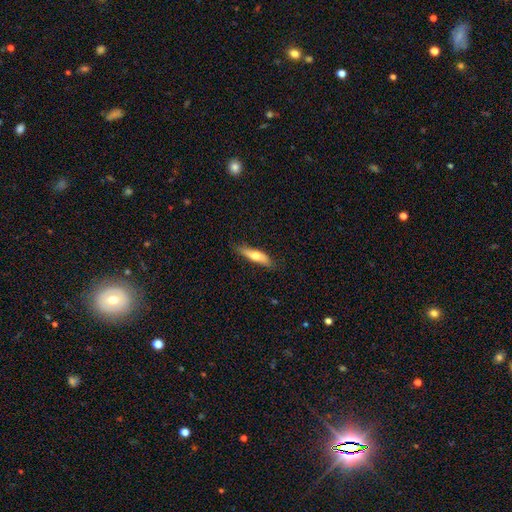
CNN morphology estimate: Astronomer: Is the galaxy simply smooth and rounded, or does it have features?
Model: smooth — 63%.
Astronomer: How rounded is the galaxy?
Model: cigar-shaped — 68%.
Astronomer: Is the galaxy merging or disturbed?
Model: none — 78%.